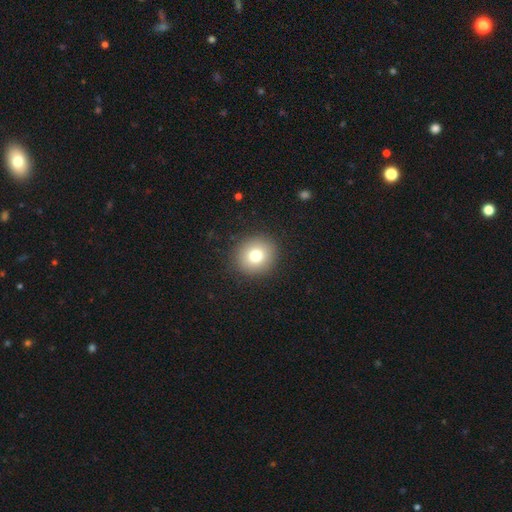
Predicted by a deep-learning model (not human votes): A smooth galaxy with no disk features (77%) that is round (86%).

Vote fractions:
- Smooth or featured? smooth: 77% / star or artifact: 12% / featured or disk: 11%
- How rounded? round: 86% / in between: 13% / cigar-shaped: 1%
- Merging? none: 90% / minor disturbance: 6% / major disturbance: 2% / merger: 1%